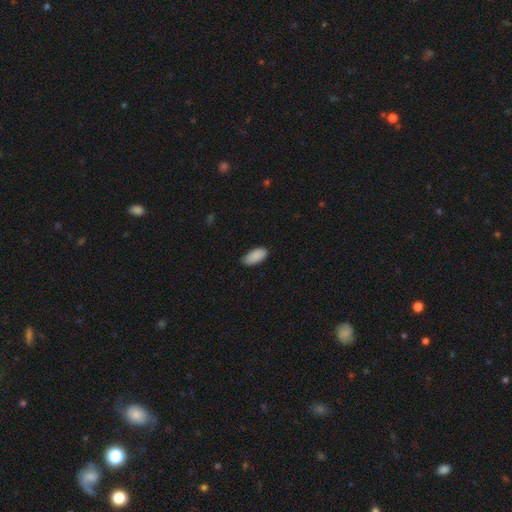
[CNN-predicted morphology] A smooth galaxy with no disk features (90%) that is in between round and cigar-shaped (91%). Merging: none (83%).